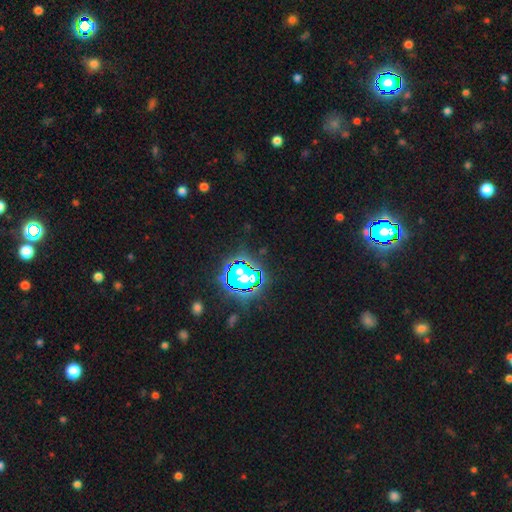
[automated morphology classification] Smooth or featured? Predicted: star or artifact (p=0.83).